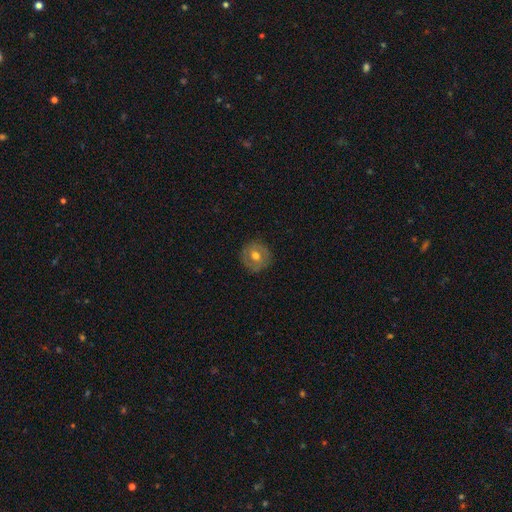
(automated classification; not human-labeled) Q: Smooth or featured?
A: smooth (55%); runner-up: featured or disk (36%)
Q: How rounded?
A: round (94%); runner-up: in between (5%)
Q: Merging?
A: none (87%); runner-up: minor disturbance (10%)